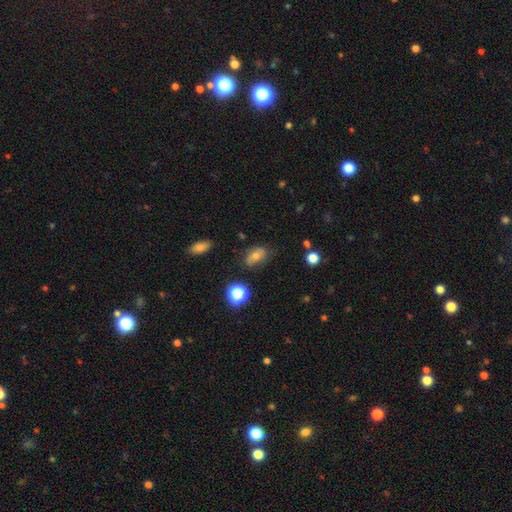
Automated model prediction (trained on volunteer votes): This is possibly a smooth galaxy (56%). How rounded: likely in between (80%). Merging: likely none (66%).